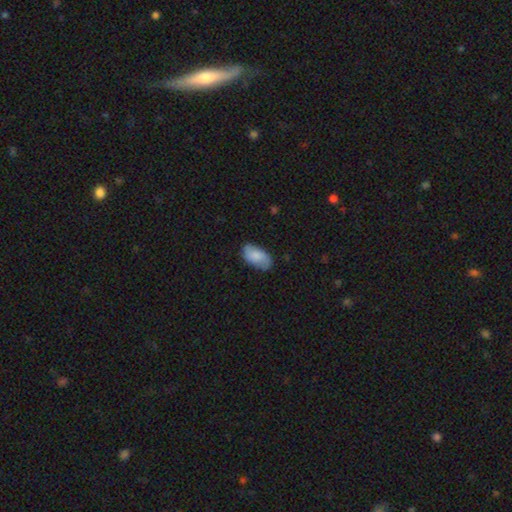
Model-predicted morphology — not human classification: smooth 80%, featured or disk 14%, star or artifact 7%. Down the decision tree: how rounded — in between (94%); merging — none (69%).